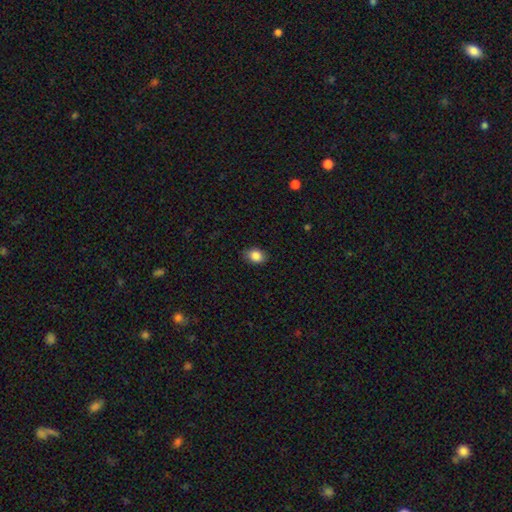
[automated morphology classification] smooth 86%, star or artifact 9%, featured or disk 5%. Down the decision tree: how rounded — in between (70%); merging — none (84%).